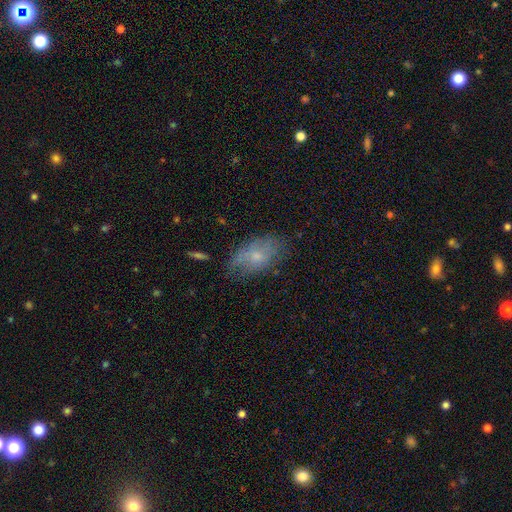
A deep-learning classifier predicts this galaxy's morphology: A smooth galaxy with no disk features (56%) that is in between round and cigar-shaped (91%).

Vote fractions:
- Smooth or featured? smooth: 56% / featured or disk: 35% / star or artifact: 8%
- How rounded? in between: 91% / round: 6% / cigar-shaped: 3%
- Merging? none: 60% / minor disturbance: 28% / major disturbance: 10% / merger: 2%